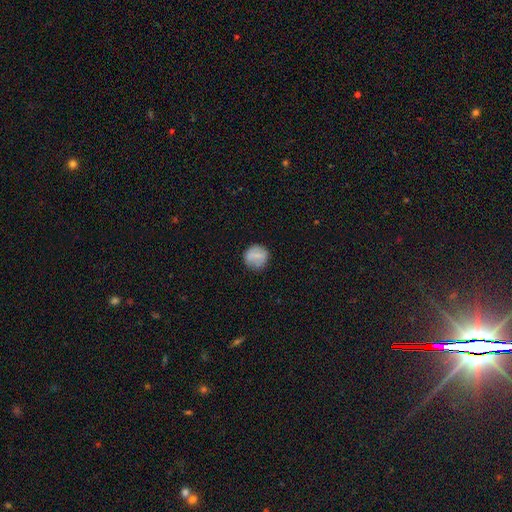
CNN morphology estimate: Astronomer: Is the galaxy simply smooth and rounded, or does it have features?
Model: smooth — 71%.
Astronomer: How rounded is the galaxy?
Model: round — 89%.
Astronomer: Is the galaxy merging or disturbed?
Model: none — 81%.